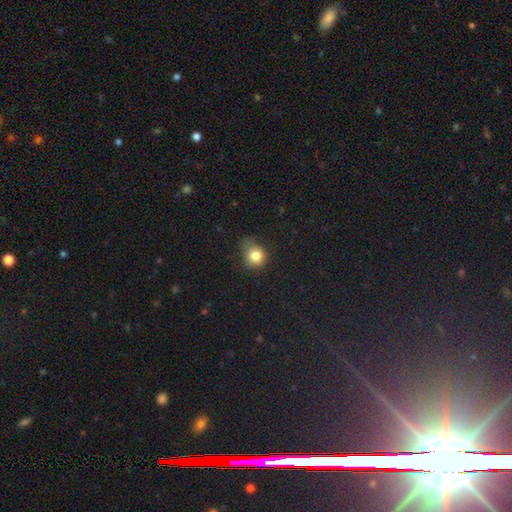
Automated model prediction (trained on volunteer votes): Overall: smooth (81%). How rounded: round (76%). Merging: none (51%; minor disturbance 35%).